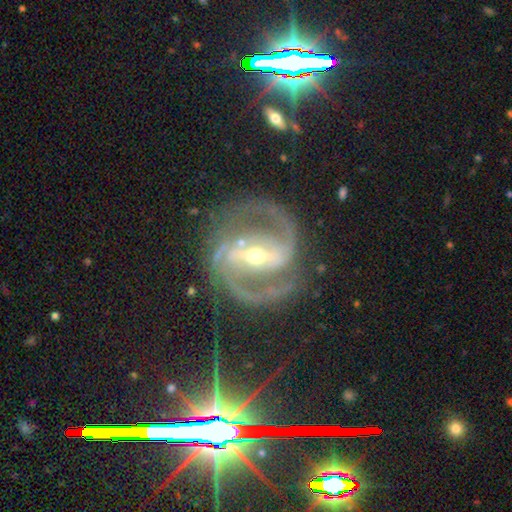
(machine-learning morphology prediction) Smooth or featured? featured or disk (92%)
Edge-on disk? no (97%)
Bar? strong (67%)
Spiral arms? yes (97%)
Spiral winding? medium (58%)
Spiral arm count? 2 (86%)
Bulge size? small (49%)
Merging? none (74%)